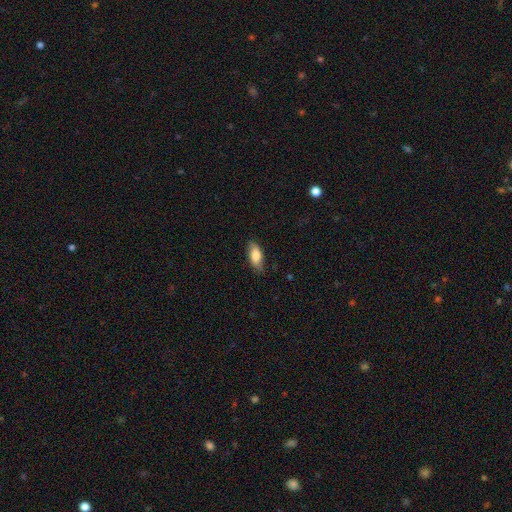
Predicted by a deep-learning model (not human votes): Smooth or featured? smooth (76%)
How rounded? in between (86%)
Merging? none (76%)